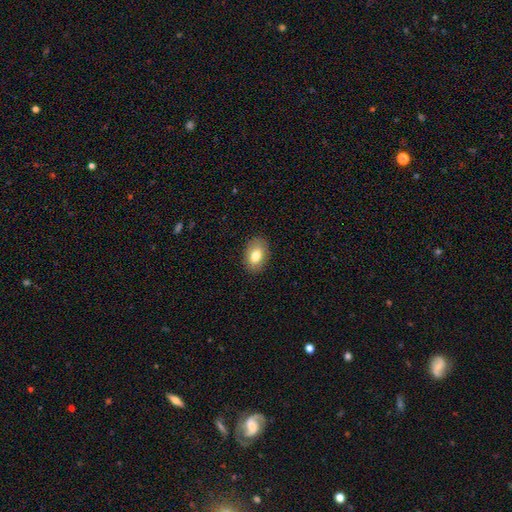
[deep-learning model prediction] Smooth or featured?
  - smooth: 80% *
  - featured or disk: 12%
  - star or artifact: 8%
How rounded?
  - in between: 85% *
  - round: 14%
  - cigar-shaped: 1%
Merging?
  - none: 88% *
  - minor disturbance: 9%
  - major disturbance: 2%
  - merger: 1%